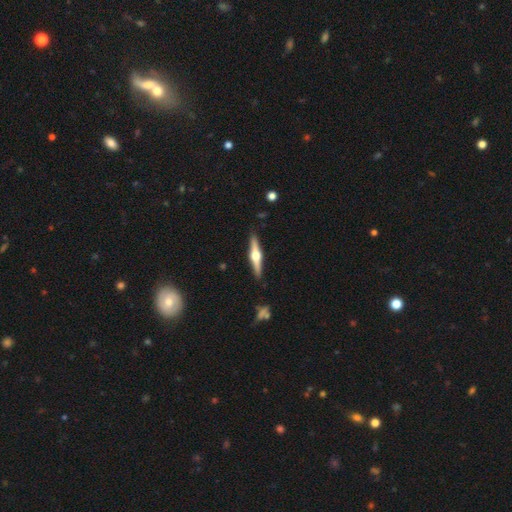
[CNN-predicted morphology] Smooth or featured? Predicted: featured or disk (p=0.76). Edge-on disk? Predicted: yes (p=0.98). Edge-on bulge? Predicted: rounded (p=0.95). Merging? Predicted: none (p=0.90).